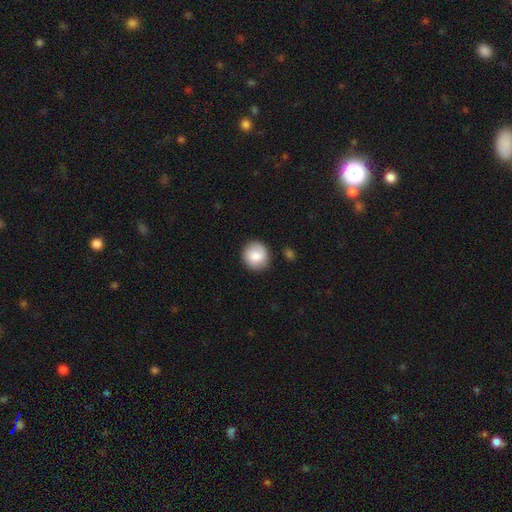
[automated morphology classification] The model was most divided on "smooth or featured": smooth: 84%, featured or disk: 9%, star or artifact: 7%. More confident: how rounded — round (88%); merging — none (86%).